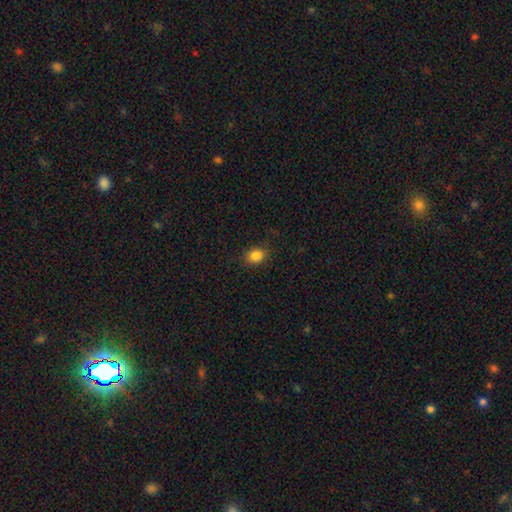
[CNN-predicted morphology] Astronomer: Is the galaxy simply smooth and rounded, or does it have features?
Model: smooth — 85%.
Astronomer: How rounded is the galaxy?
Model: round — 52% (runner-up: in between, 47%).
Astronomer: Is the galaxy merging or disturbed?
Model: none — 85%.